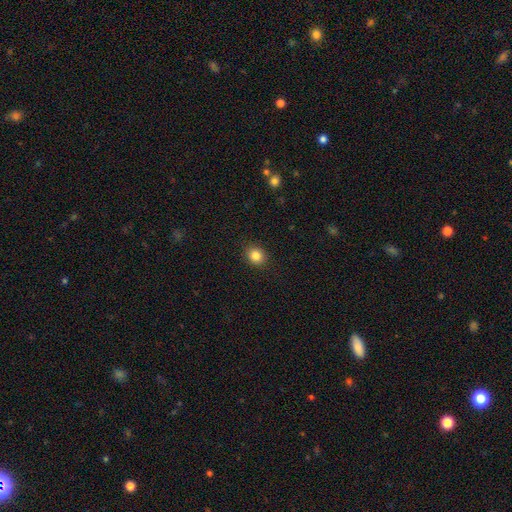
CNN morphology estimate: smooth 84%, star or artifact 10%, featured or disk 5%. Down the decision tree: how rounded — round (70%); merging — none (91%).